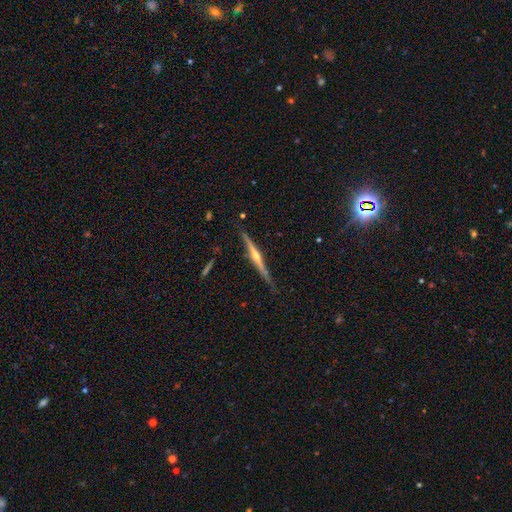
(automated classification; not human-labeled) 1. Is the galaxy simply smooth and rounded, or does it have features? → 83% featured or disk, 10% smooth, 6% star or artifact.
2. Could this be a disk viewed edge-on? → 98% yes, 2% no.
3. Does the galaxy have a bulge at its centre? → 83% rounded, 11% none, 6% boxy.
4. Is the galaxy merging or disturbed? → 84% none, 12% minor disturbance, 2% major disturbance, 2% merger.